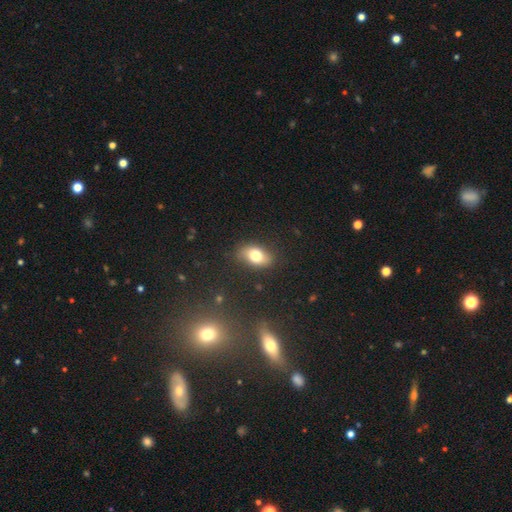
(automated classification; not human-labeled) This appears to be a smooth galaxy with no disk features (76%) that is in between round and cigar-shaped (87%). Merging: none (83%).